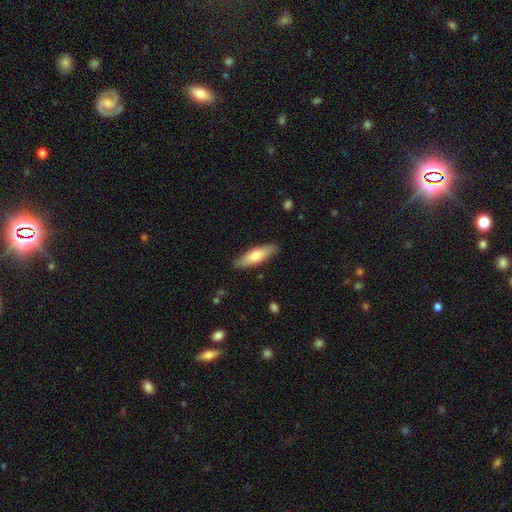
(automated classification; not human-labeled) A smooth galaxy with no disk features (66%) that is cigar-shaped (54%). Merging: none (87%).